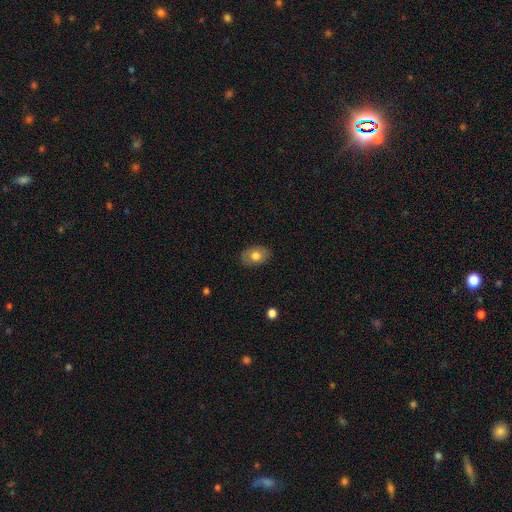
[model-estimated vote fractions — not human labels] Q: Smooth or featured?
A: smooth (73%); runner-up: featured or disk (19%)
Q: How rounded?
A: in between (80%); runner-up: round (18%)
Q: Merging?
A: none (83%); runner-up: minor disturbance (13%)